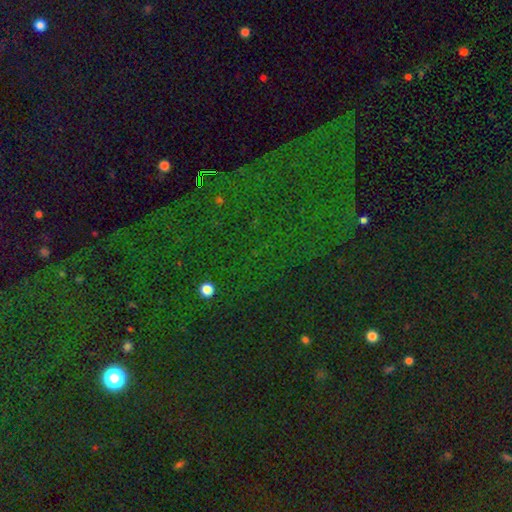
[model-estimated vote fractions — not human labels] Smooth or featured: star or artifact — 82% (smooth — 10%)